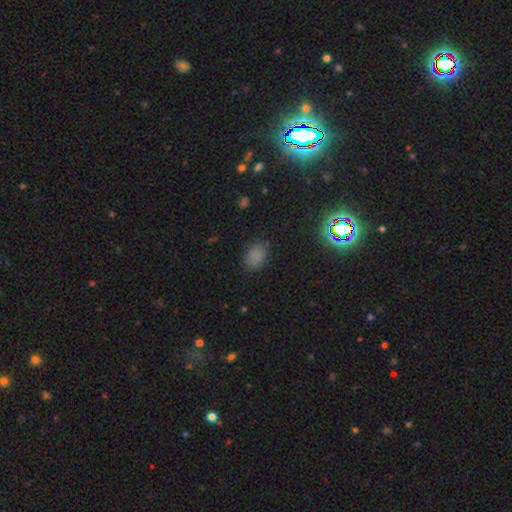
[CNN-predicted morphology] Smooth or featured?
  - smooth: 77% *
  - star or artifact: 18%
  - featured or disk: 5%
How rounded?
  - in between: 71% *
  - round: 28%
  - cigar-shaped: 1%
Merging?
  - none: 79% *
  - minor disturbance: 16%
  - major disturbance: 4%
  - merger: 1%